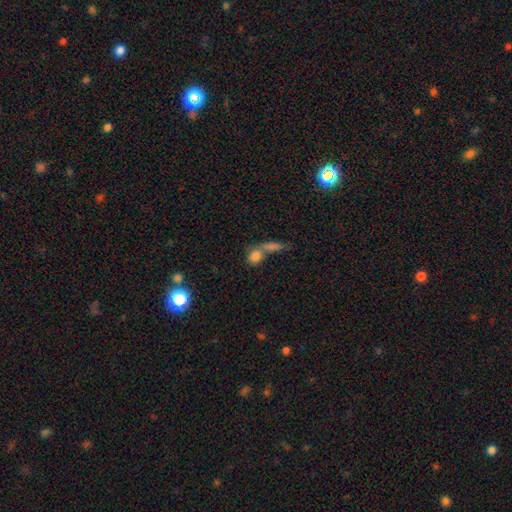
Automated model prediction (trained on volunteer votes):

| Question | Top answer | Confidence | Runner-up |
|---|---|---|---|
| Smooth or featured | smooth | 77% | star or artifact (12%) |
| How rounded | round | 56% | in between (36%) |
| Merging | merger | 49% | none (35%) |